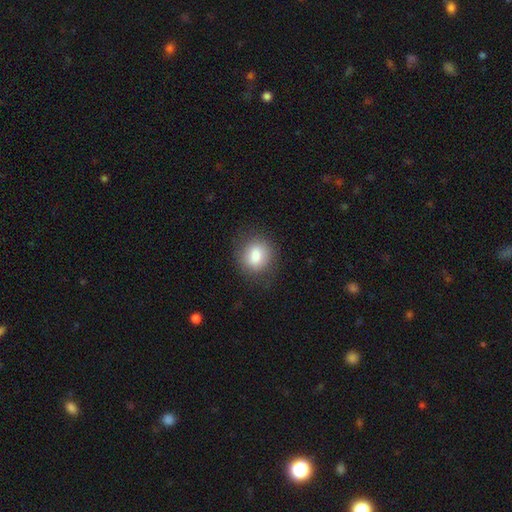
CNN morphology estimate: smooth-or-featured: smooth: 82% | star or artifact: 9% | featured or disk: 9%
  how-rounded: round: 74% | in between: 25% | cigar-shaped: 1%
  merging: none: 83% | minor disturbance: 12% | major disturbance: 4% | merger: 1%